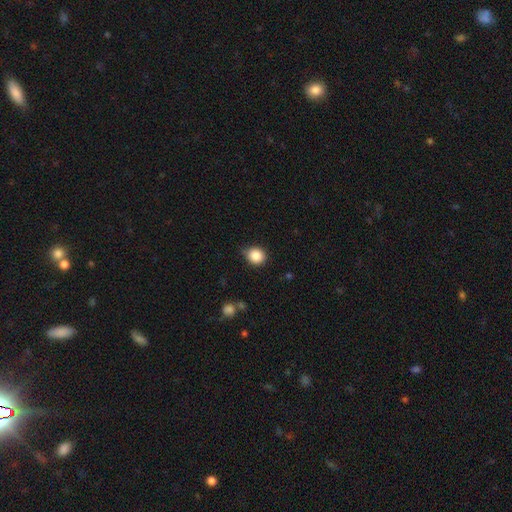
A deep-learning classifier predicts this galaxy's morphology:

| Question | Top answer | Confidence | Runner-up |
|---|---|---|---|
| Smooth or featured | smooth | 86% | star or artifact (10%) |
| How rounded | round | 83% | in between (16%) |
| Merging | none | 76% | minor disturbance (18%) |